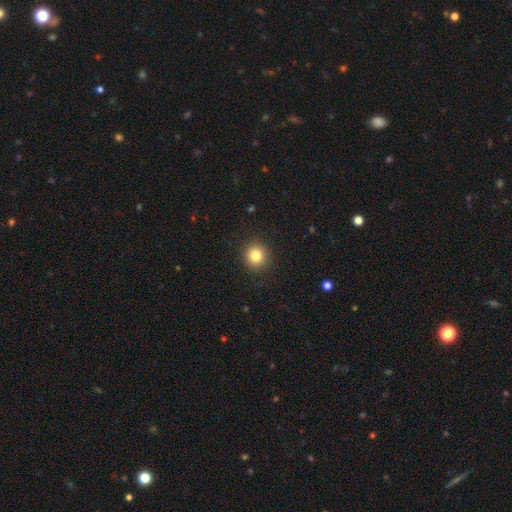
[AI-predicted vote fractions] A smooth galaxy with no disk features (83%) that is round (91%).

Vote fractions:
- Smooth or featured? smooth: 83% / star or artifact: 11% / featured or disk: 6%
- How rounded? round: 91% / in between: 9% / cigar-shaped: 1%
- Merging? none: 91% / minor disturbance: 6% / major disturbance: 2% / merger: 1%